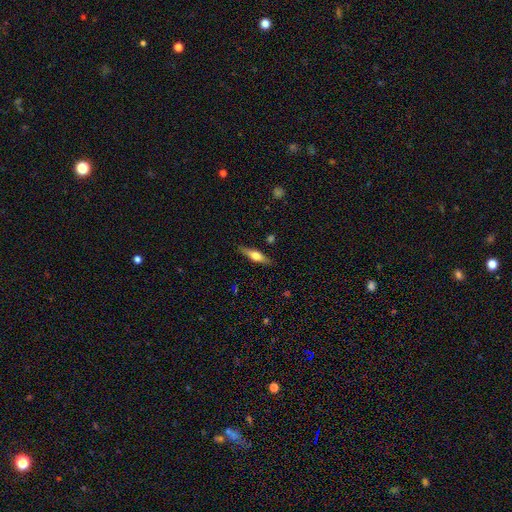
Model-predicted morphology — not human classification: Q: Smooth or featured?
A: featured or disk (52%); runner-up: smooth (42%)
Q: Edge-on disk?
A: yes (94%); runner-up: no (6%)
Q: Merging?
A: none (86%); runner-up: minor disturbance (10%)